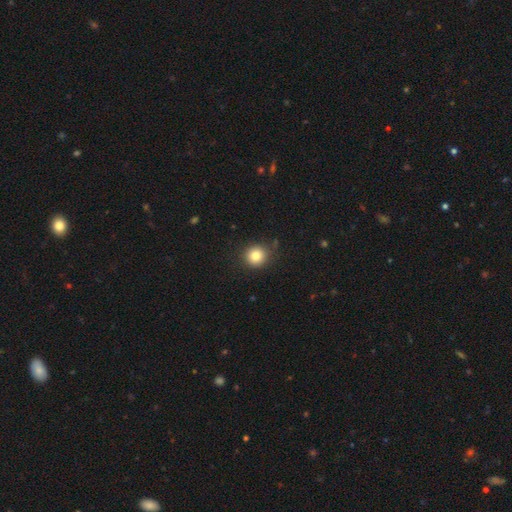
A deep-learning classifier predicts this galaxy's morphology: Q: Smooth or featured?
A: smooth (82%); runner-up: star or artifact (11%)
Q: How rounded?
A: round (92%); runner-up: in between (7%)
Q: Merging?
A: none (85%); runner-up: minor disturbance (10%)